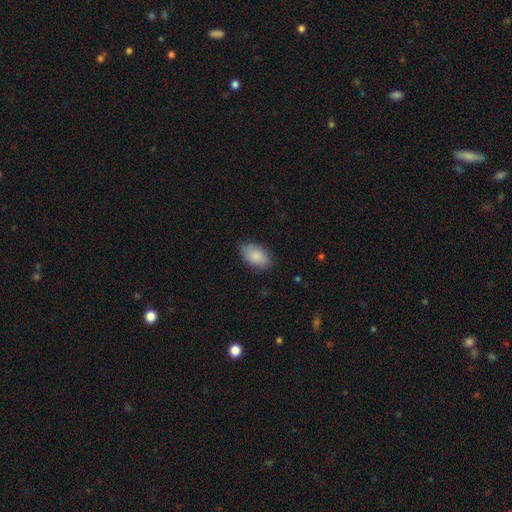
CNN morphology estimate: smooth_or_featured: smooth (p=0.86) [alt: featured or disk p=0.08]
how_rounded: in between (p=0.93) [alt: round p=0.06]
merging: none (p=0.82) [alt: minor disturbance p=0.14]